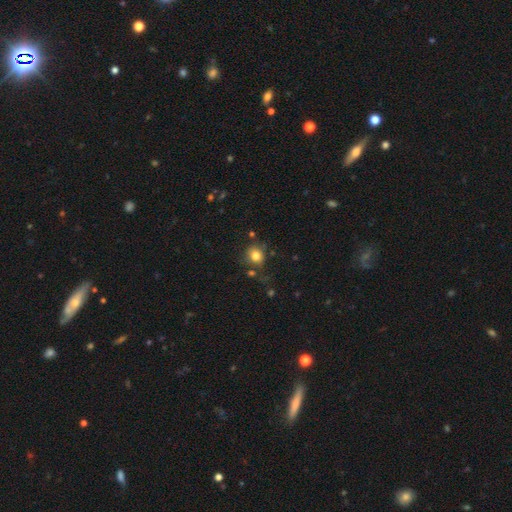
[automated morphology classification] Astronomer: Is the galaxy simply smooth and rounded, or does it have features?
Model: smooth — 81%.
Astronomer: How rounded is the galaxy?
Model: round — 79%.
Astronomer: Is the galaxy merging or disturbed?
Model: none — 69%.